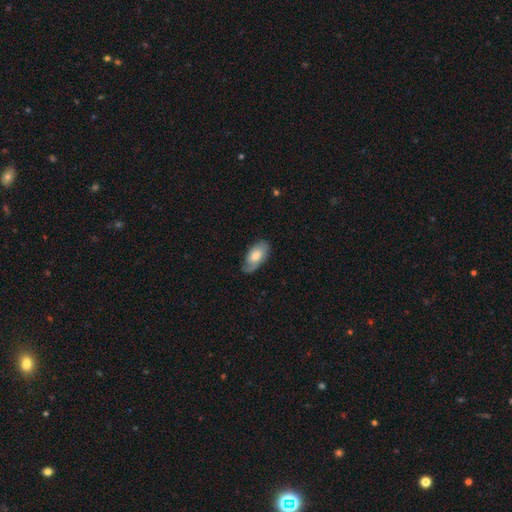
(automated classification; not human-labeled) Q: Smooth or featured?
A: smooth (54%); runner-up: featured or disk (40%)
Q: How rounded?
A: in between (92%); runner-up: cigar-shaped (4%)
Q: Merging?
A: none (69%); runner-up: minor disturbance (23%)